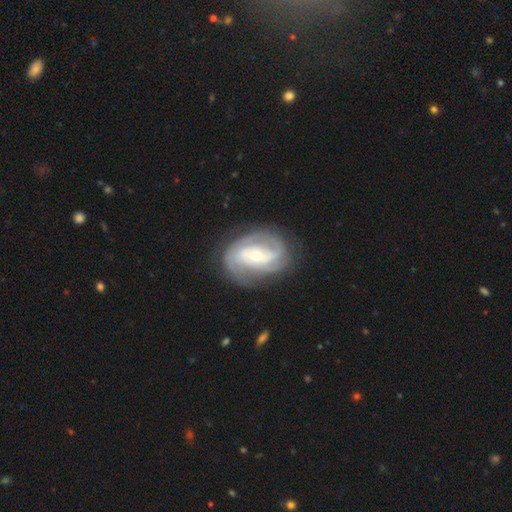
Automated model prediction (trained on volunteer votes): featured or disk 84%, smooth 11%, star or artifact 5%. Down the decision tree: edge-on disk — no (97%); bar — no (45%); spiral arms — yes (93%); spiral arm count — 2 (45%); spiral winding — tight (51%); bulge size — small (49%); merging — none (72%).